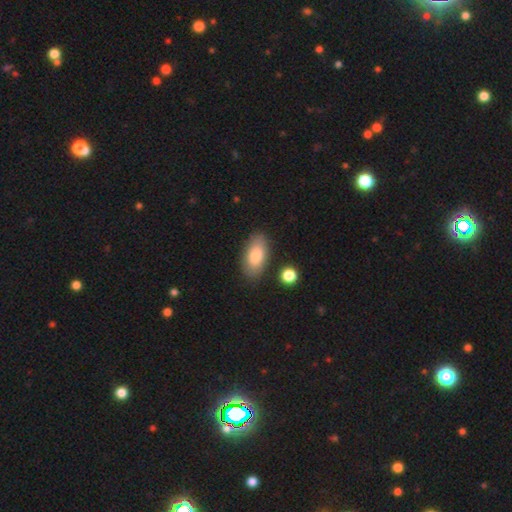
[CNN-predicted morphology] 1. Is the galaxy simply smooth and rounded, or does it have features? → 82% smooth, 11% featured or disk, 6% star or artifact.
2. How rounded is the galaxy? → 92% in between, 5% cigar-shaped, 3% round.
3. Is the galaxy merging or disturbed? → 83% none, 12% minor disturbance, 3% merger, 3% major disturbance.